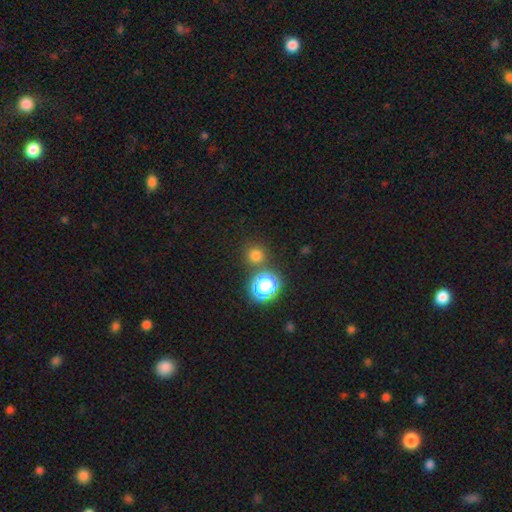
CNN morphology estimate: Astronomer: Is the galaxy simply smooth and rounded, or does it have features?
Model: smooth — 71%.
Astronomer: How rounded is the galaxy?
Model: round — 93%.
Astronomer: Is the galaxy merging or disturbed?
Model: none — 80%.